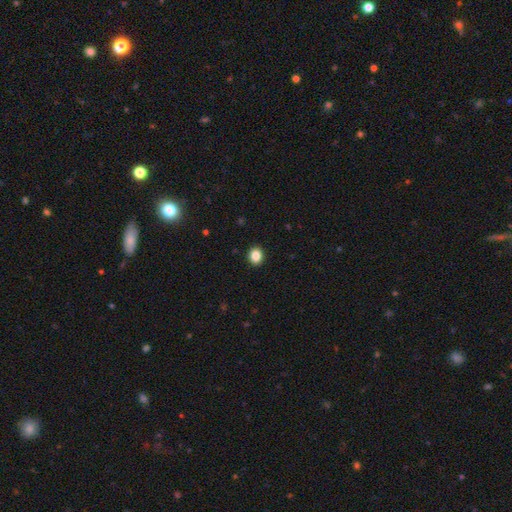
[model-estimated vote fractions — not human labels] Q: Smooth or featured?
A: smooth (86%); runner-up: star or artifact (10%)
Q: How rounded?
A: round (70%); runner-up: in between (30%)
Q: Merging?
A: none (92%); runner-up: minor disturbance (5%)